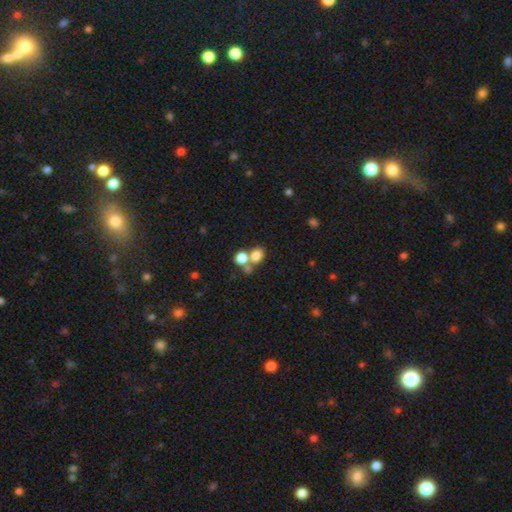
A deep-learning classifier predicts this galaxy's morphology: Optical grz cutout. It shows a smooth galaxy with no disk features (77%) that is round (57%). Merging: merger (44%).